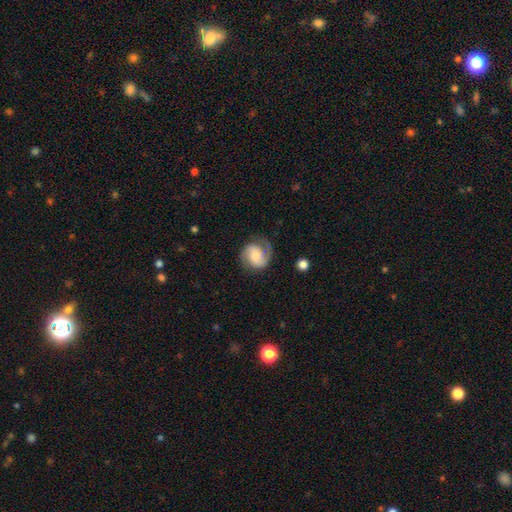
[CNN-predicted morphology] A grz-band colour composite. It shows a featured or disk galaxy (70%) with no bar (54%), 2 (82%) medium (47%) spiral arms (95%) and a small central bulge (34%). Merging: none (72%).